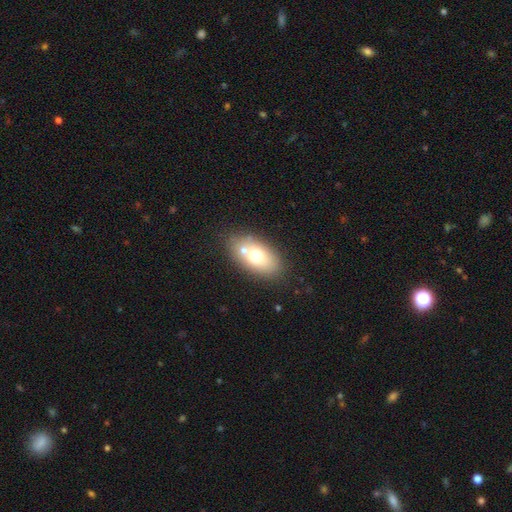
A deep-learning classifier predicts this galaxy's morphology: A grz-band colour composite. It shows a smooth galaxy with no disk features (66%) that is in between round and cigar-shaped (88%). Merging: none (63%).